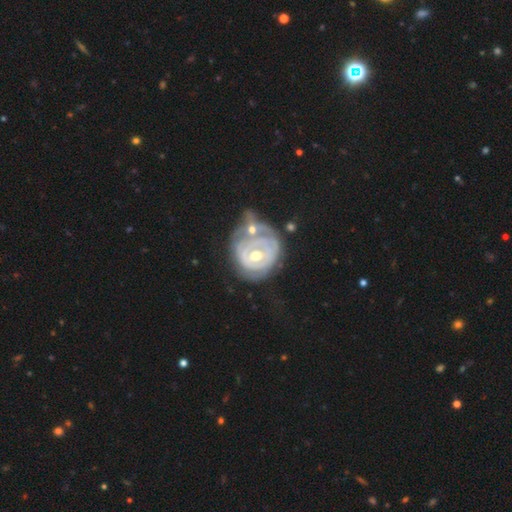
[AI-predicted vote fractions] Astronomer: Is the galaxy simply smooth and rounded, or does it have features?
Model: featured or disk — 80%.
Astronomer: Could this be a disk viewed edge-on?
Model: no — 97%.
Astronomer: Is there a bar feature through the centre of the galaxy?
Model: no — 61%.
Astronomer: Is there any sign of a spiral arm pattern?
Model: yes — 73%.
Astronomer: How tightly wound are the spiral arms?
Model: tight — 80%.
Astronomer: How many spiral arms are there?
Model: can't tell — 49% (runner-up: 2, 25%).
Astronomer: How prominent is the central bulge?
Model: moderate — 72%.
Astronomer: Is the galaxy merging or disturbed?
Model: merger — 35% (runner-up: none, 33%).